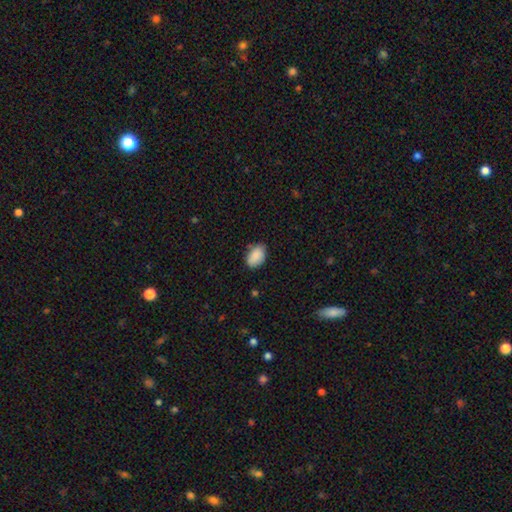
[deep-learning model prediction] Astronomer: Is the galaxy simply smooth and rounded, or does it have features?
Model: smooth — 89%.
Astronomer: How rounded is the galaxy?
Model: in between — 90%.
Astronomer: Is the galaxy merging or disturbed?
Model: none — 76%.